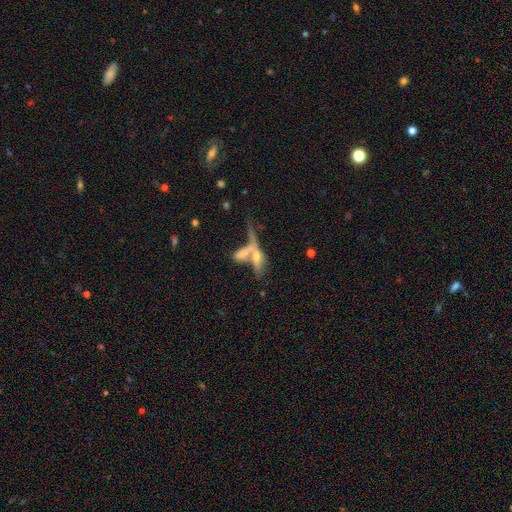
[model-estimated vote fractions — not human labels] This is marginally a featured or disk galaxy (37%). Merging: marginally none (42%).